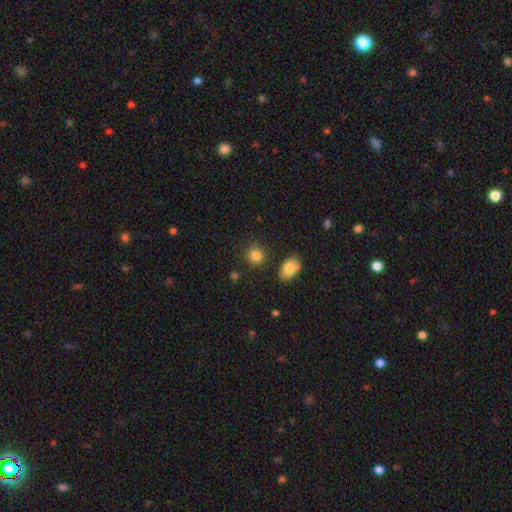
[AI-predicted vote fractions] Q: Smooth or featured?
A: smooth (84%); runner-up: star or artifact (10%)
Q: How rounded?
A: round (78%); runner-up: in between (21%)
Q: Merging?
A: none (82%); runner-up: minor disturbance (10%)